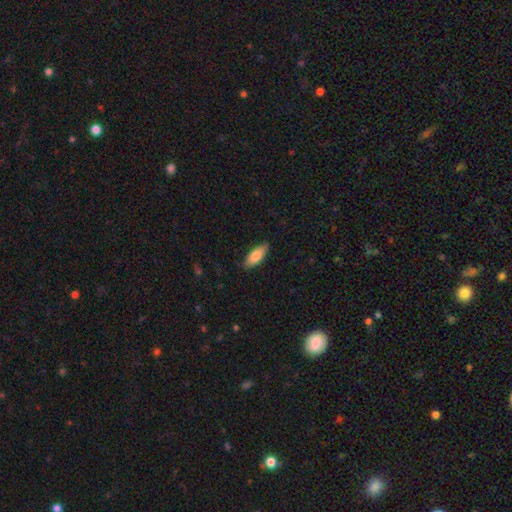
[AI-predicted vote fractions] smooth_or_featured: smooth (p=0.83) [alt: featured or disk p=0.12]
how_rounded: in between (p=0.74) [alt: cigar-shaped p=0.24]
merging: none (p=0.85) [alt: minor disturbance p=0.12]